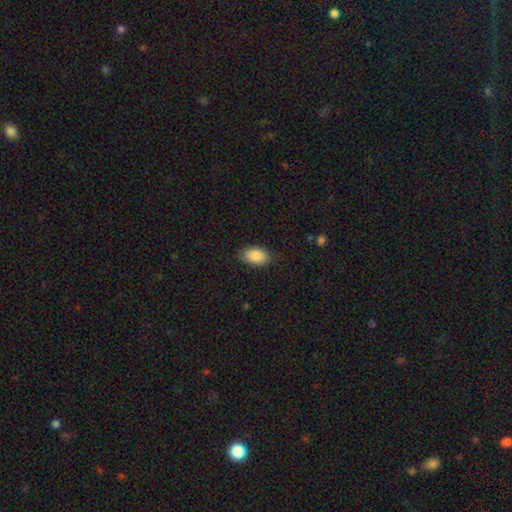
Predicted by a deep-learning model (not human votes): Smooth or featured?
  - smooth: 87% *
  - star or artifact: 7%
  - featured or disk: 6%
How rounded?
  - in between: 92% *
  - round: 6%
  - cigar-shaped: 1%
Merging?
  - none: 83% *
  - minor disturbance: 13%
  - major disturbance: 3%
  - merger: 1%